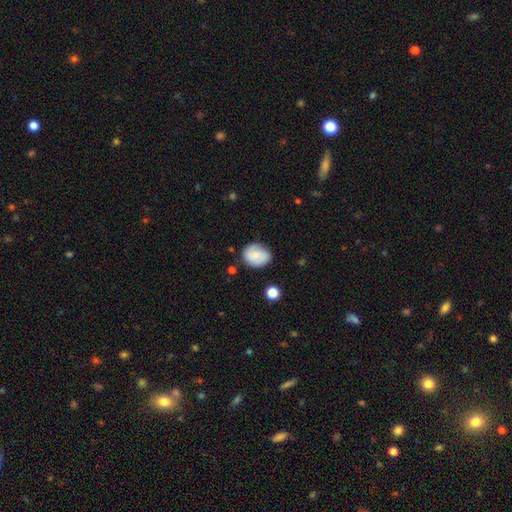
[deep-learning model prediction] Smooth or featured: smooth — 72% (featured or disk — 20%)
How rounded: round — 52% (in between — 47%)
Merging: none — 72% (minor disturbance — 21%)